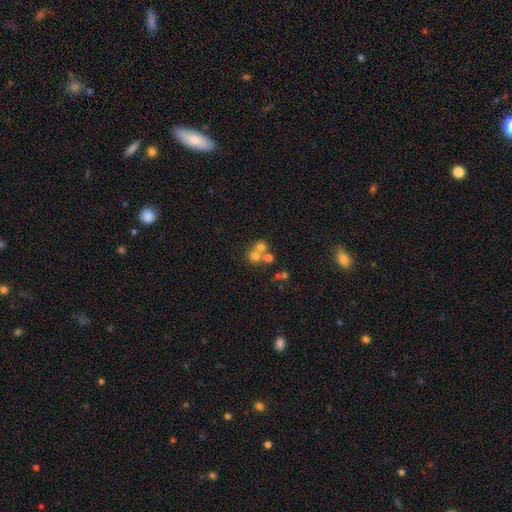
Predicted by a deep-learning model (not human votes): A smooth galaxy with no disk features (61%) that is round (84%).

Vote fractions:
- Smooth or featured? smooth: 61% / featured or disk: 23% / star or artifact: 16%
- How rounded? round: 84% / in between: 15% / cigar-shaped: 1%
- Merging? merger: 56% / none: 35% / minor disturbance: 5% / major disturbance: 4%